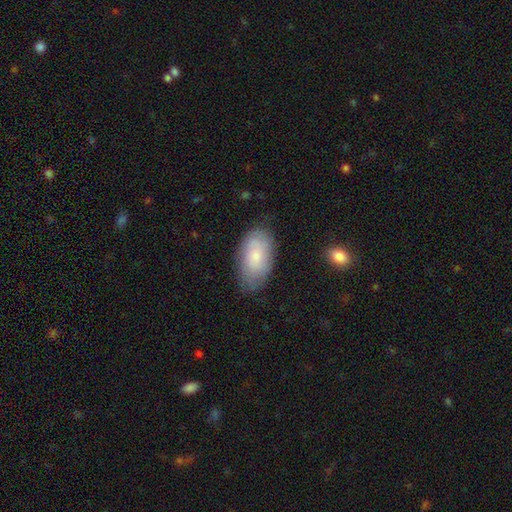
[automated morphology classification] A smooth galaxy with no disk features (69%) that is in between round and cigar-shaped (94%).

Vote fractions:
- Smooth or featured? smooth: 69% / featured or disk: 24% / star or artifact: 7%
- How rounded? in between: 94% / round: 4% / cigar-shaped: 3%
- Merging? none: 74% / minor disturbance: 20% / major disturbance: 5% / merger: 1%